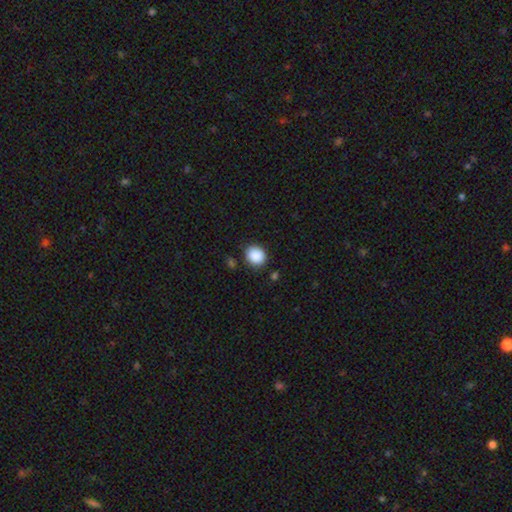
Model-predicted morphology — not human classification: A smooth galaxy with no disk features (89%) that is round (78%).

Vote fractions:
- Smooth or featured? smooth: 89% / star or artifact: 8% / featured or disk: 3%
- How rounded? round: 78% / in between: 21% / cigar-shaped: 1%
- Merging? none: 84% / minor disturbance: 10% / major disturbance: 3% / merger: 3%